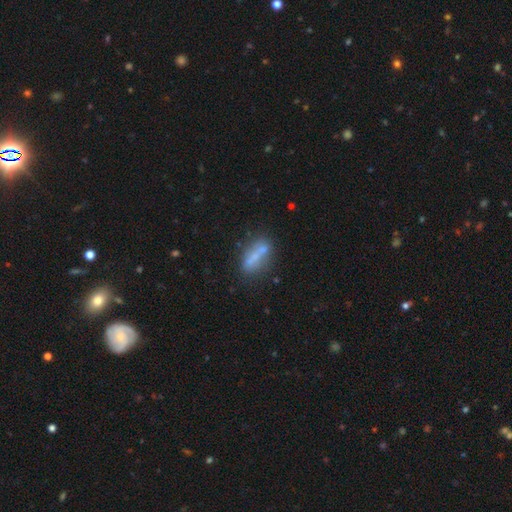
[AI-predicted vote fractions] This appears to be a smooth galaxy with no disk features (53%) that is cigar-shaped (49%). Merging: none (58%).